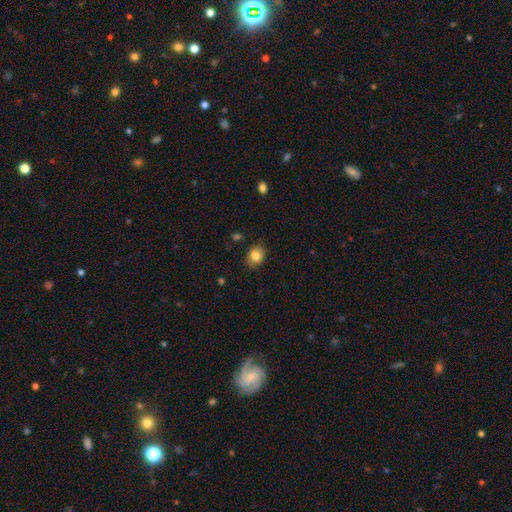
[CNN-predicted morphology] Smooth or featured?
  - smooth: 82% *
  - star or artifact: 10%
  - featured or disk: 8%
How rounded?
  - in between: 53% *
  - round: 46%
  - cigar-shaped: 1%
Merging?
  - none: 80% *
  - minor disturbance: 15%
  - major disturbance: 3%
  - merger: 2%